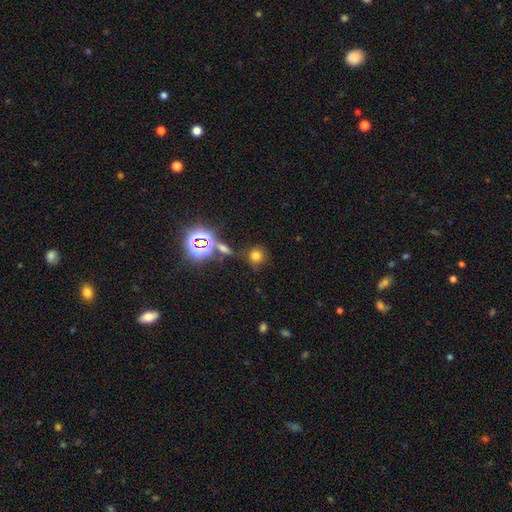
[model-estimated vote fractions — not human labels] smooth_or_featured: smooth (p=0.67) [alt: star or artifact p=0.25]
how_rounded: round (p=0.87) [alt: in between p=0.12]
merging: none (p=0.74) [alt: minor disturbance p=0.12]